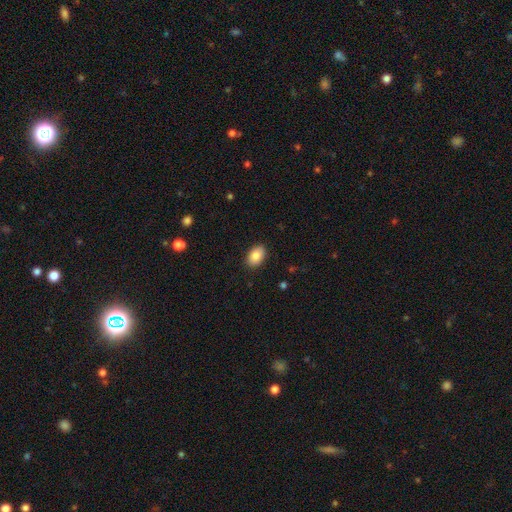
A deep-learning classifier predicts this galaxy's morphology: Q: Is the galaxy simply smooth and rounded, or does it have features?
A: smooth — 86%.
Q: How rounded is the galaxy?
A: in between — 85%.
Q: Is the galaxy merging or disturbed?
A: none — 89%.